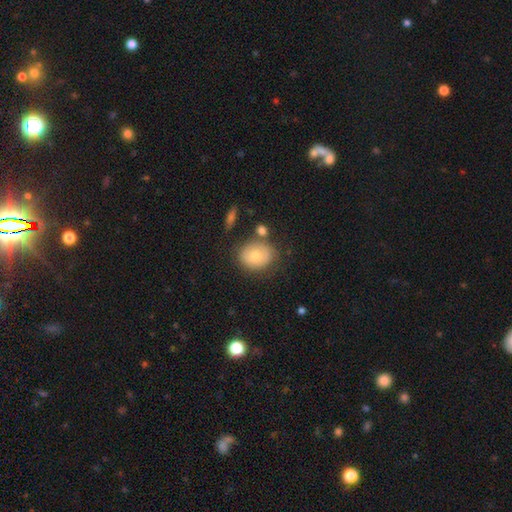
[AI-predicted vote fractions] smooth-or-featured: smooth: 68% | featured or disk: 25% | star or artifact: 7%
  how-rounded: round: 65% | in between: 34% | cigar-shaped: 1%
  merging: none: 67% | minor disturbance: 18% | merger: 9% | major disturbance: 6%